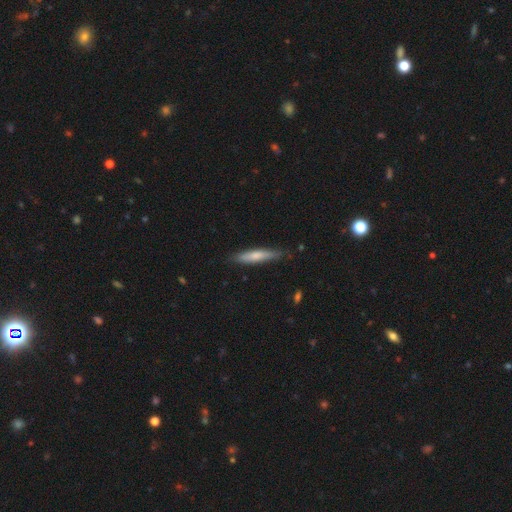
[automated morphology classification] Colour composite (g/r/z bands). It shows a smooth galaxy with no disk features (67%) that is cigar-shaped (88%). Merging: none (82%).